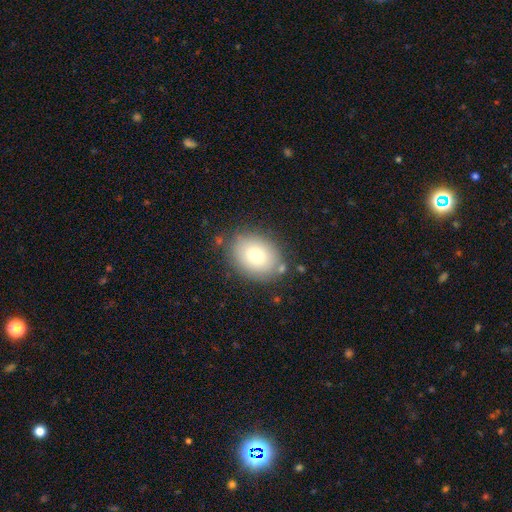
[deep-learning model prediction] The model was most divided on "how rounded": in between: 63%, round: 36%, cigar-shaped: 1%. More confident: merging — none (81%); smooth or featured — smooth (76%).